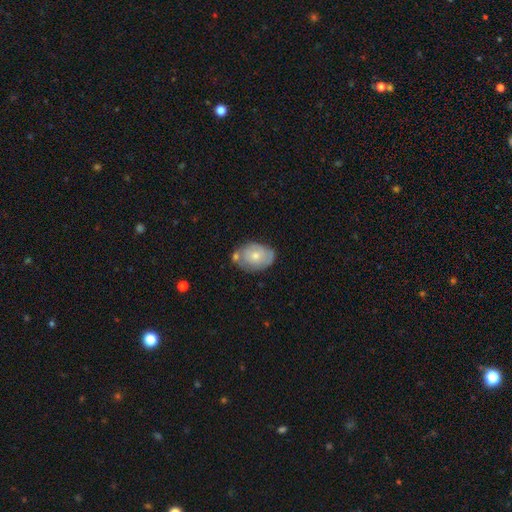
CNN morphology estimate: Overall: smooth (57%; featured or disk 37%). How rounded: in between (78%). Merging: none (52%; minor disturbance 25%).